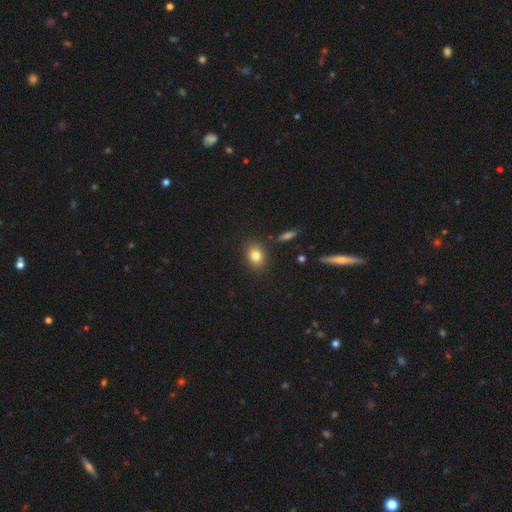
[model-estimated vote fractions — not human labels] Q: Smooth or featured?
A: smooth (82%); runner-up: star or artifact (10%)
Q: How rounded?
A: in between (53%); runner-up: round (46%)
Q: Merging?
A: none (85%); runner-up: minor disturbance (10%)